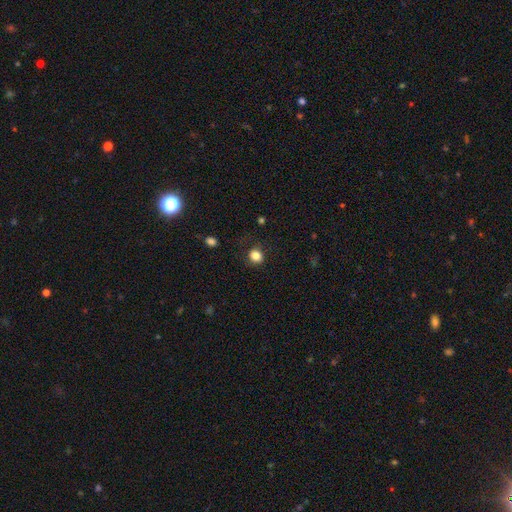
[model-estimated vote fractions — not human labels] smooth-or-featured: smooth: 84% | star or artifact: 11% | featured or disk: 4%
  how-rounded: round: 76% | in between: 23% | cigar-shaped: 1%
  merging: none: 82% | minor disturbance: 12% | major disturbance: 4% | merger: 1%